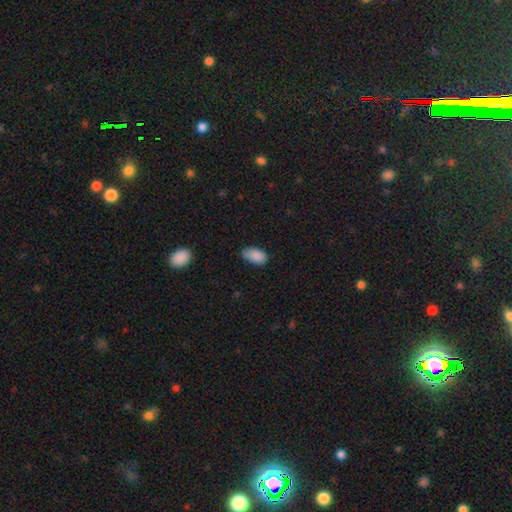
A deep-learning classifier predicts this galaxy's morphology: Smooth or featured? smooth (88%)
How rounded? in between (94%)
Merging? none (66%)